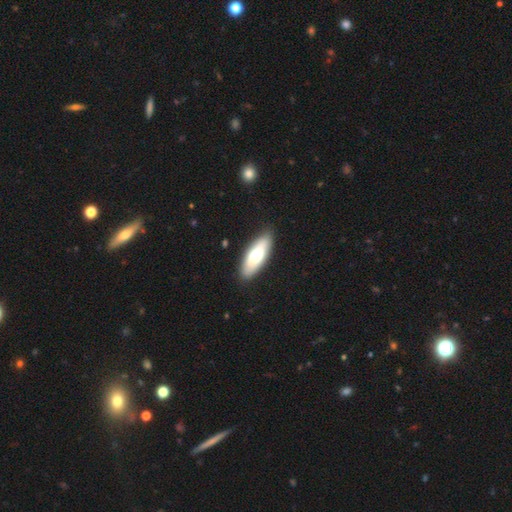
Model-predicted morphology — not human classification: smooth 65%, featured or disk 30%, star or artifact 5%. Down the decision tree: how rounded — in between (71%); merging — none (88%).